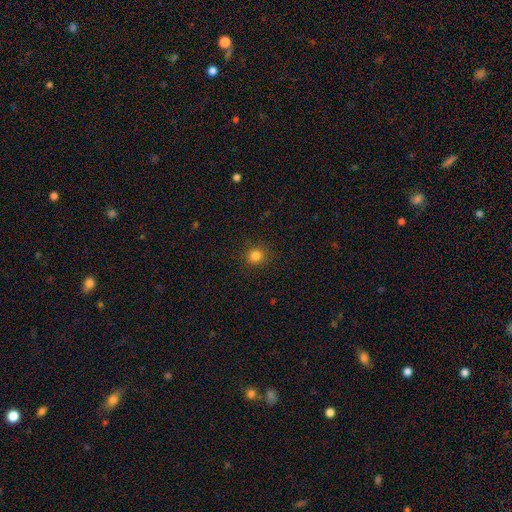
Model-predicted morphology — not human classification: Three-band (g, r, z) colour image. It shows a smooth galaxy with no disk features (82%) that is round (90%). Merging: none (90%).